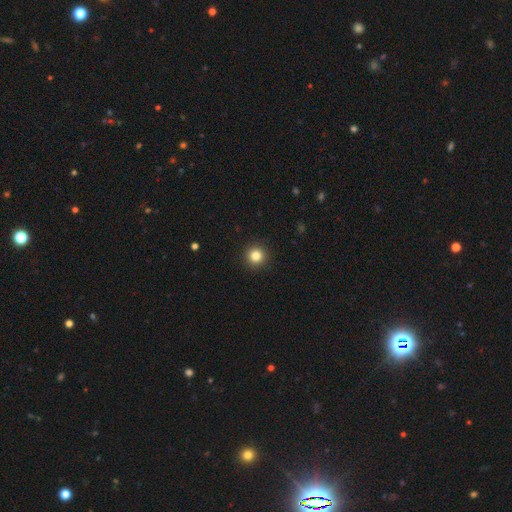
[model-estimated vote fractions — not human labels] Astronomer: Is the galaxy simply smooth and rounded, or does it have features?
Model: smooth — 84%.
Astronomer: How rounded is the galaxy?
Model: round — 95%.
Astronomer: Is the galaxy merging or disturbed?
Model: none — 93%.